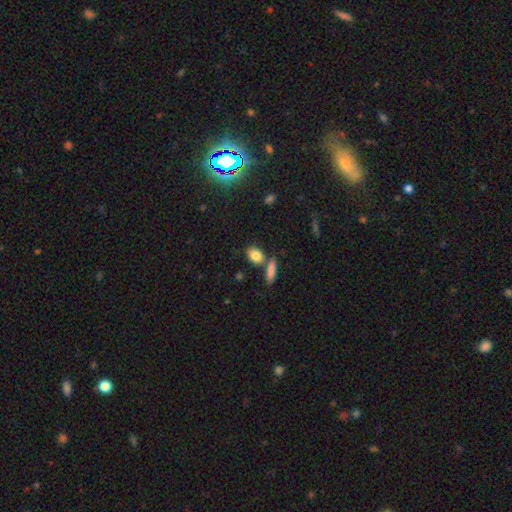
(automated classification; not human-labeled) smooth-or-featured: smooth: 83% | star or artifact: 9% | featured or disk: 8%
  how-rounded: in between: 75% | round: 19% | cigar-shaped: 5%
  merging: none: 65% | merger: 20% | minor disturbance: 12% | major disturbance: 4%